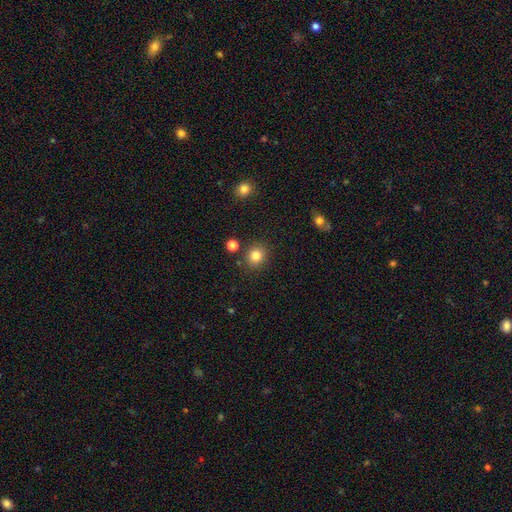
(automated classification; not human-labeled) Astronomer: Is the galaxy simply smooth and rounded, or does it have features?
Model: smooth — 83%.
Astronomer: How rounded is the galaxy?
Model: round — 82%.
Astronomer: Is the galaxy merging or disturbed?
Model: none — 86%.